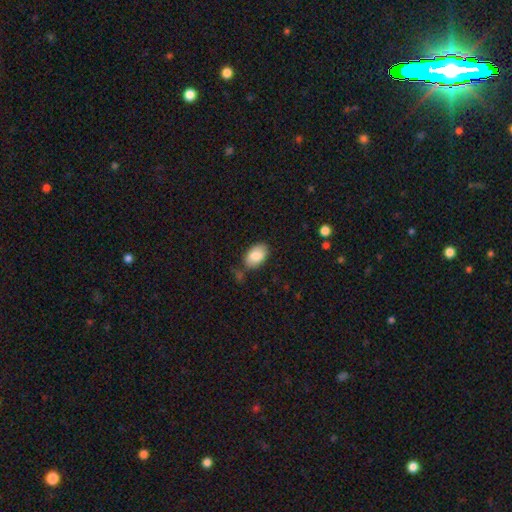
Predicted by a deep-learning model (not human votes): This appears to be a smooth galaxy with no disk features (85%) that is in between round and cigar-shaped (91%). Merging: none (71%).